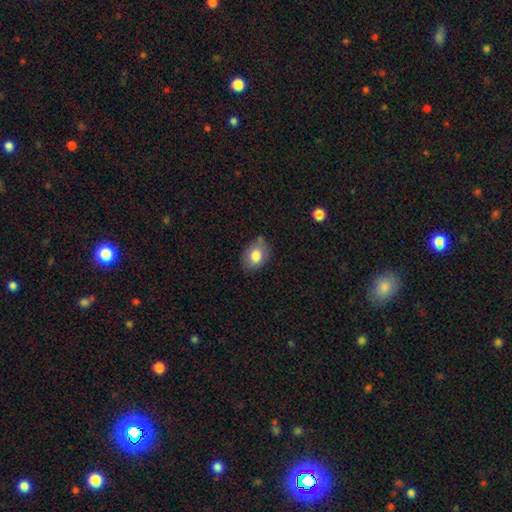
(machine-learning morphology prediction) A smooth galaxy with no disk features (79%) that is in between round and cigar-shaped (75%). Merging: none (71%).